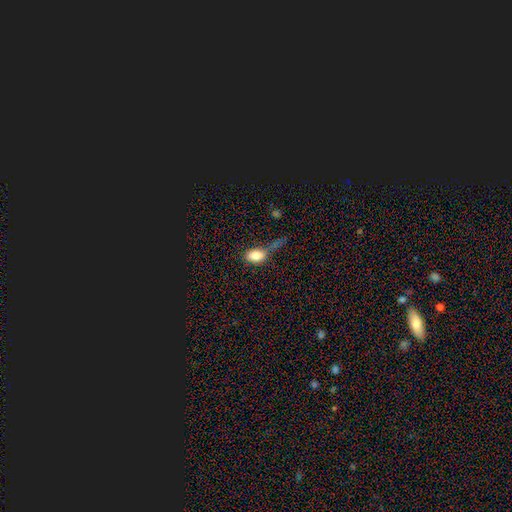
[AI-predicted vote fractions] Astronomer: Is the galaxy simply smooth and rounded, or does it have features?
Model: smooth — 82%.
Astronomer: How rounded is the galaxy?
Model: in between — 86%.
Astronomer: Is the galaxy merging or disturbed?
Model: none — 34% (runner-up: major disturbance, 28%).